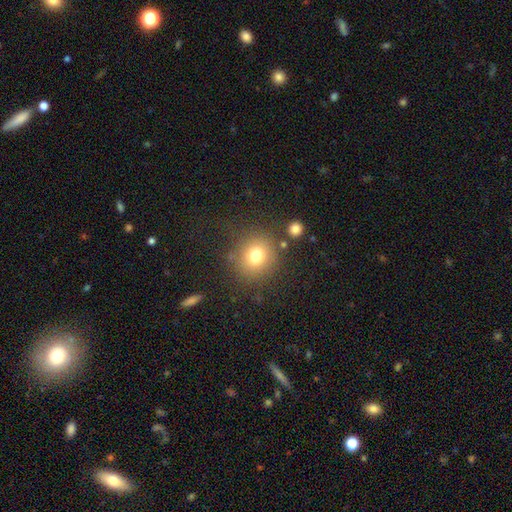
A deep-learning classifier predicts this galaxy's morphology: Smooth or featured?
  - smooth: 75% *
  - star or artifact: 14%
  - featured or disk: 11%
How rounded?
  - round: 88% *
  - in between: 11%
  - cigar-shaped: 1%
Merging?
  - none: 81% *
  - minor disturbance: 10%
  - major disturbance: 5%
  - merger: 5%